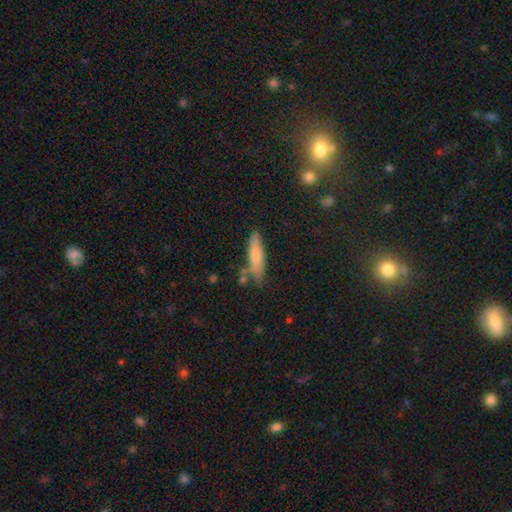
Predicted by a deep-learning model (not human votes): Overall: smooth (76%). How rounded: cigar-shaped (70%). Merging: none (70%).